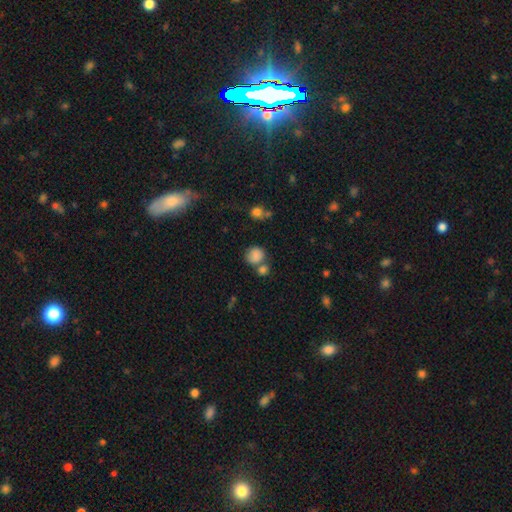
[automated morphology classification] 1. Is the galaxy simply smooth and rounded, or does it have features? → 82% smooth, 10% star or artifact, 8% featured or disk.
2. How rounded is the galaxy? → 78% round, 21% in between, 1% cigar-shaped.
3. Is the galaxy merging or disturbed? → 50% none, 30% merger, 14% minor disturbance, 6% major disturbance.